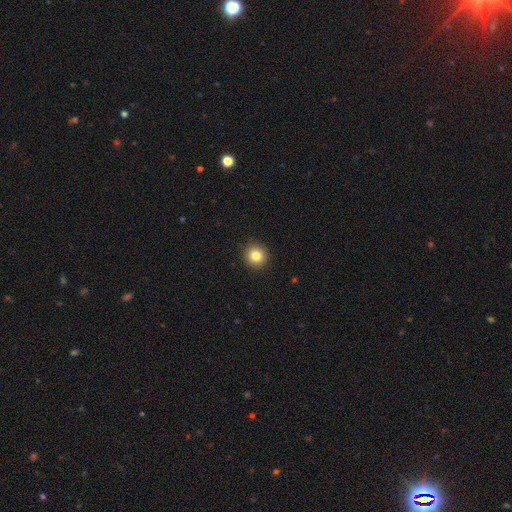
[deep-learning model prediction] smooth-or-featured: smooth: 83% | star or artifact: 11% | featured or disk: 6%
  how-rounded: round: 94% | in between: 5% | cigar-shaped: 1%
  merging: none: 92% | minor disturbance: 5% | major disturbance: 2% | merger: 1%